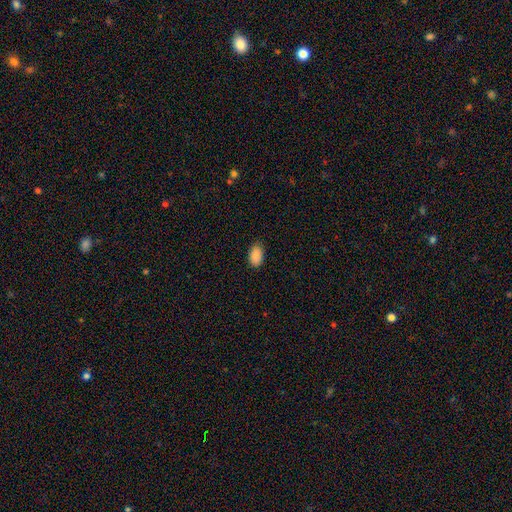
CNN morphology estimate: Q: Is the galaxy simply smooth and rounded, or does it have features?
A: smooth — 89%.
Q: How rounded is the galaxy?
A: in between — 92%.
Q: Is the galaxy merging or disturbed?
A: none — 84%.